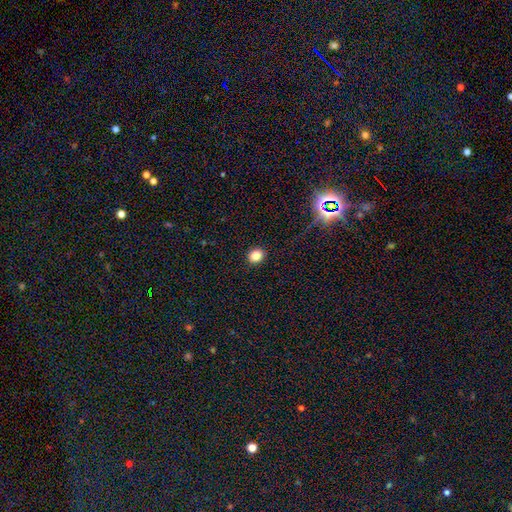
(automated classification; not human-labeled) A smooth galaxy with no disk features (84%) that is round (66%). Merging: none (91%).